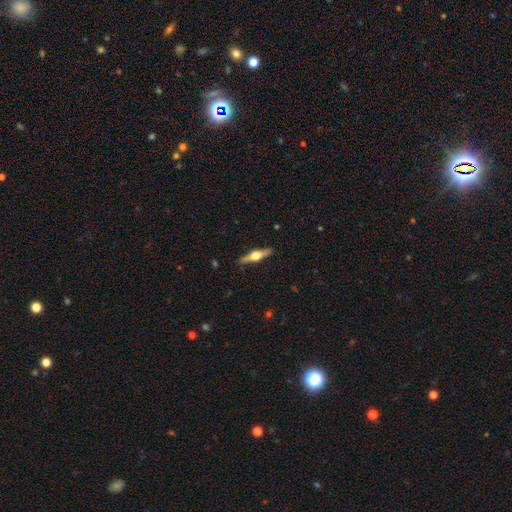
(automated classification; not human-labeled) A featured or disk galaxy (71%) viewed edge-on (97%) with a rounded central bulge (95%).

Vote fractions:
- Smooth or featured? featured or disk: 71% / smooth: 23% / star or artifact: 5%
- Edge-on disk? yes: 97% / no: 3%
- Edge-on bulge? rounded: 95% / boxy: 4% / none: 1%
- Merging? none: 90% / minor disturbance: 7% / major disturbance: 2% / merger: 1%